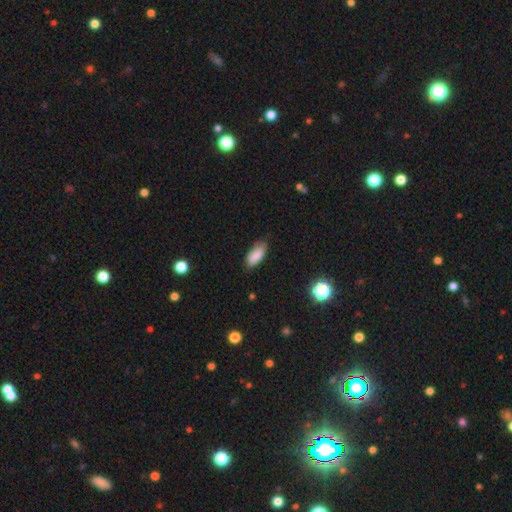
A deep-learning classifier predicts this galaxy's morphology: Smooth or featured? Predicted: smooth (p=0.87). How rounded? Predicted: in between (p=0.87). Merging? Predicted: none (p=0.73).